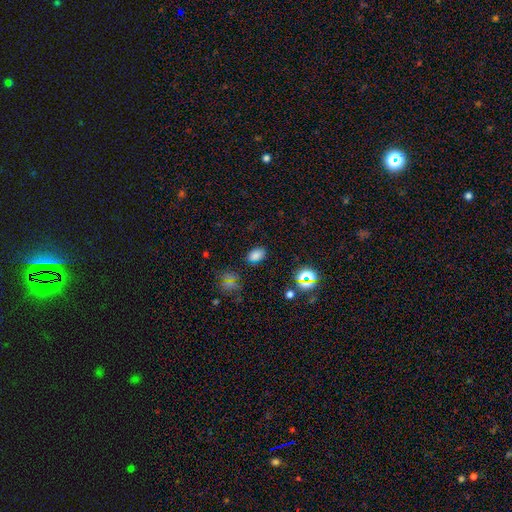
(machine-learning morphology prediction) This appears to be a smooth galaxy with no disk features (74%) that is in between round and cigar-shaped (84%). Merging: none (84%).